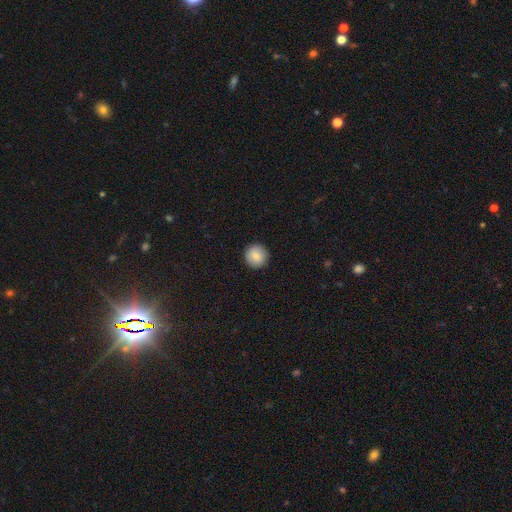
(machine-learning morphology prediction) smooth 86%, star or artifact 8%, featured or disk 6%. Down the decision tree: how rounded — round (95%); merging — none (92%).